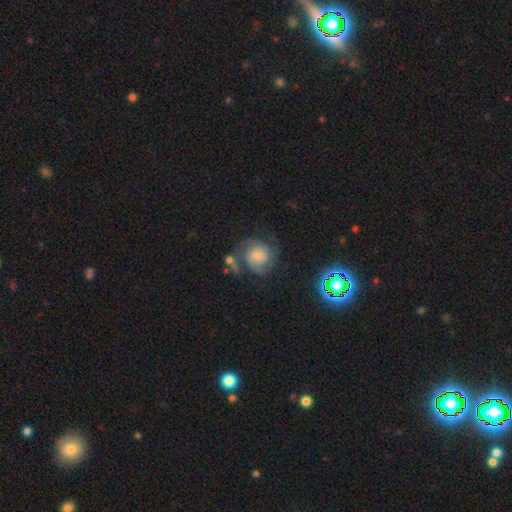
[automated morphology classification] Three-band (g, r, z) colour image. It shows a featured or disk galaxy (57%) with no bar (68%), 2 (60%) tight (47%) spiral arms (92%) and a small central bulge (30%). Merging: none (62%).